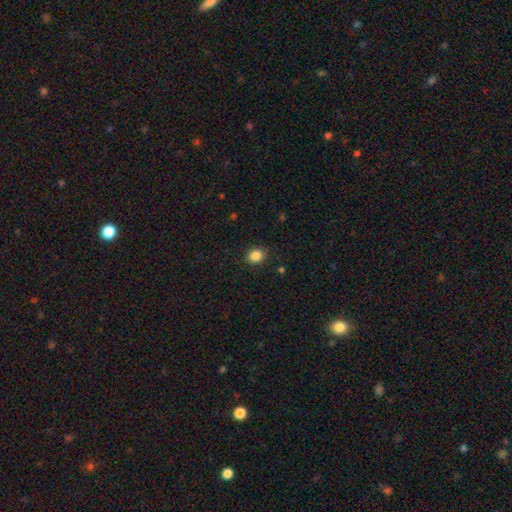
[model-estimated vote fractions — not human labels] This appears to be a smooth galaxy with no disk features (85%) that is round (61%). Merging: none (88%).